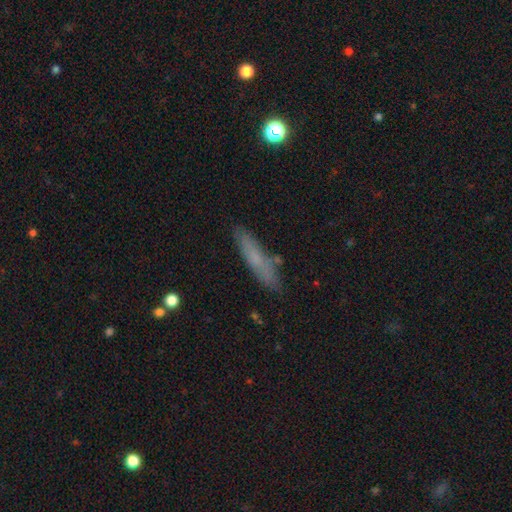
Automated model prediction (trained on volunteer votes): Overall: smooth (49%; featured or disk 35%). Merging: none (80%).